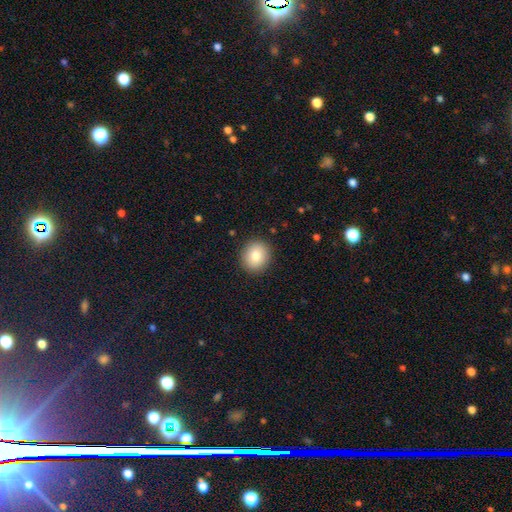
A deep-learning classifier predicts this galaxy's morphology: A smooth galaxy with no disk features (82%) that is round (76%).

Vote fractions:
- Smooth or featured? smooth: 82% / featured or disk: 9% / star or artifact: 9%
- How rounded? round: 76% / in between: 23% / cigar-shaped: 1%
- Merging? none: 90% / minor disturbance: 7% / major disturbance: 2% / merger: 1%